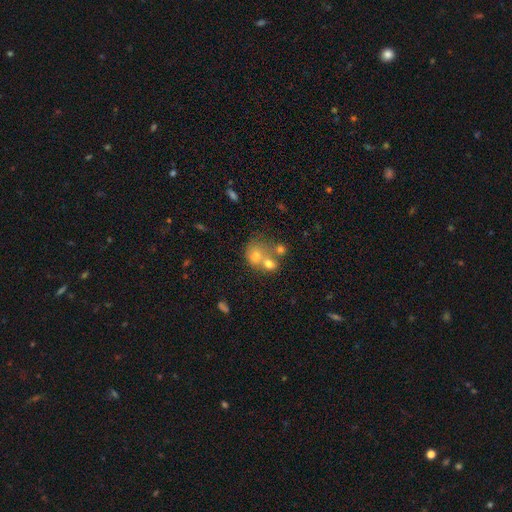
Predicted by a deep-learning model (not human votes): A smooth galaxy with no disk features (68%) that is round (58%). Merging: merger (60%).